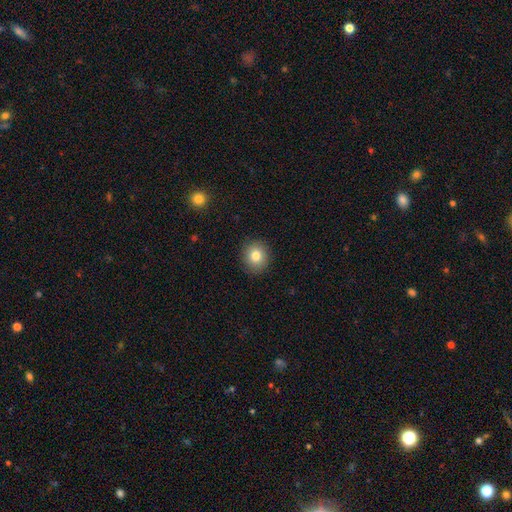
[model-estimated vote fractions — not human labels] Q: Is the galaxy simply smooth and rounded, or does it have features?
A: smooth — 81%.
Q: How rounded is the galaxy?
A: round — 84%.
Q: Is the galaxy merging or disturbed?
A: none — 89%.